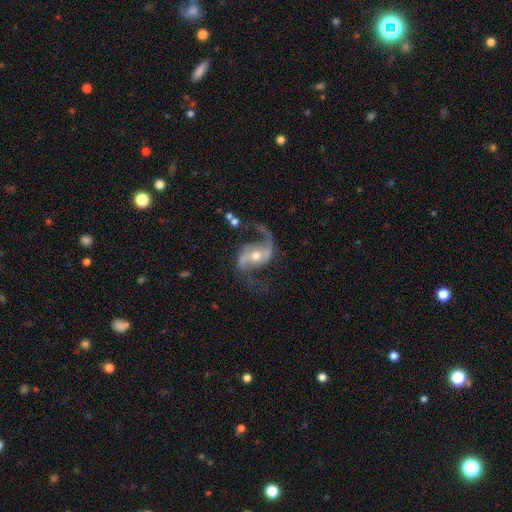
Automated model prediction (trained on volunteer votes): This is clearly a featured or disk galaxy (91%). It is clearly not viewed edge-on (97%). Bar: marginally no (38%). Spiral arm pattern: clearly yes (97%). Spiral arm count: clearly 2 (94%). Spiral winding: likely loose (67%). Central bulge: likely moderate (64%). Merging: likely none (73%).